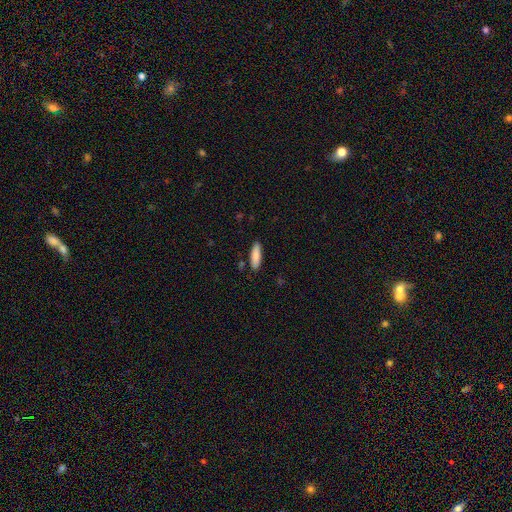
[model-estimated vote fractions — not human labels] Smooth or featured? Predicted: smooth (p=0.87). How rounded? Predicted: cigar-shaped (p=0.51). Merging? Predicted: none (p=0.85).